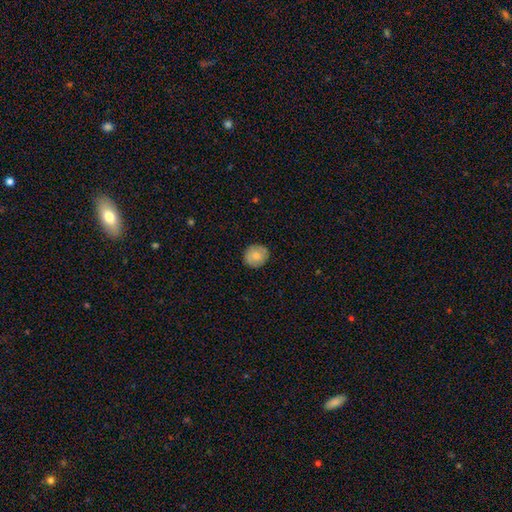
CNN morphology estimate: smooth-or-featured: smooth: 77% | featured or disk: 16% | star or artifact: 7%
  how-rounded: round: 82% | in between: 18% | cigar-shaped: 1%
  merging: none: 86% | minor disturbance: 11% | major disturbance: 2% | merger: 1%